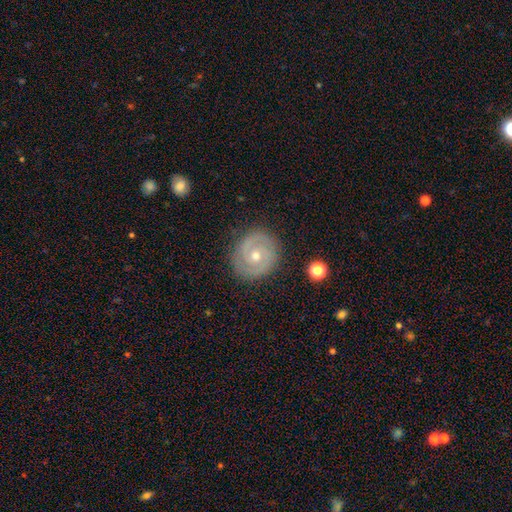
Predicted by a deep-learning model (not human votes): Overall: featured or disk (80%). Edge-on disk: no (98%). Bar: no (66%; weak 28%). Spiral arms: yes (91%). Spiral arm count: 2 (85%). Spiral winding: tight (62%; medium 31%). Bulge size: moderate (56%; small 41%). Merging: none (86%).